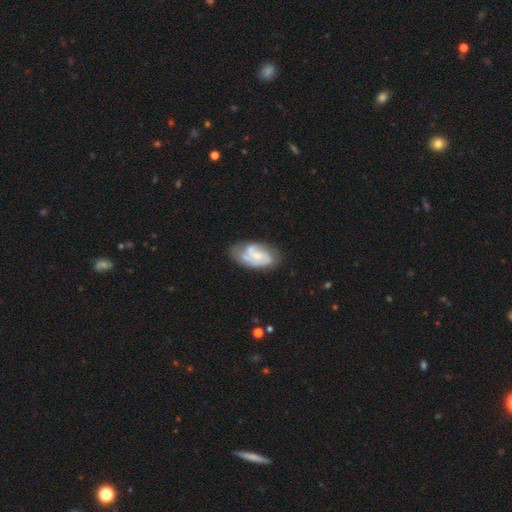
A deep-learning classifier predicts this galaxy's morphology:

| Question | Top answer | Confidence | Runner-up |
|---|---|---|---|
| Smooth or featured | featured or disk | 67% | smooth (27%) |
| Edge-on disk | no | 96% | yes (4%) |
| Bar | no | 54% | weak (37%) |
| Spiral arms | yes | 84% | no (16%) |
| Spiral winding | medium | 43% | tight (38%) |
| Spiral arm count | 2 | 54% | can't tell (24%) |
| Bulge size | small | 53% | moderate (27%) |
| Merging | none | 56% | minor disturbance (26%) |